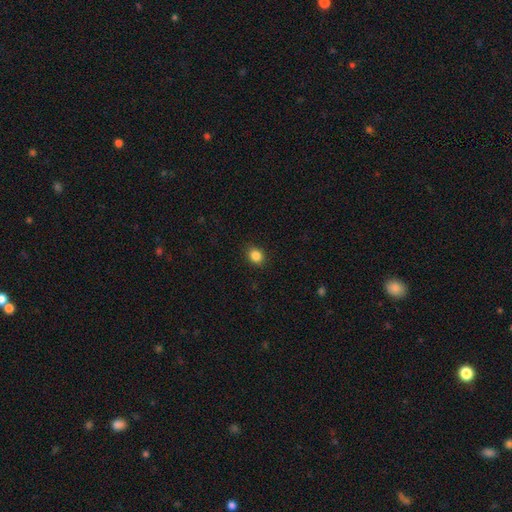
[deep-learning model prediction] Q: Smooth or featured?
A: smooth (86%); runner-up: star or artifact (10%)
Q: How rounded?
A: round (56%); runner-up: in between (43%)
Q: Merging?
A: none (90%); runner-up: minor disturbance (7%)